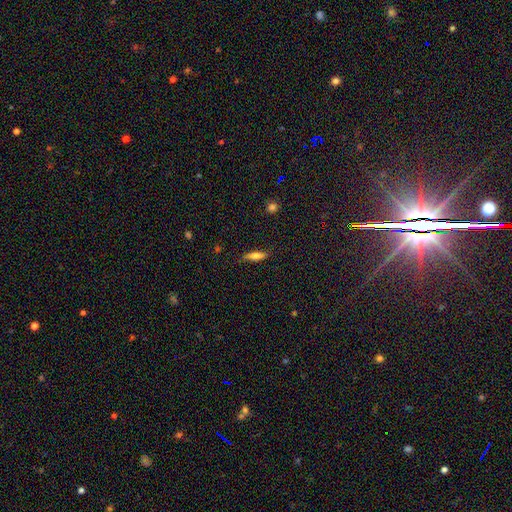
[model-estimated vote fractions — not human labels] Q: Smooth or featured?
A: smooth (67%); runner-up: featured or disk (26%)
Q: How rounded?
A: cigar-shaped (66%); runner-up: in between (32%)
Q: Merging?
A: none (81%); runner-up: minor disturbance (14%)